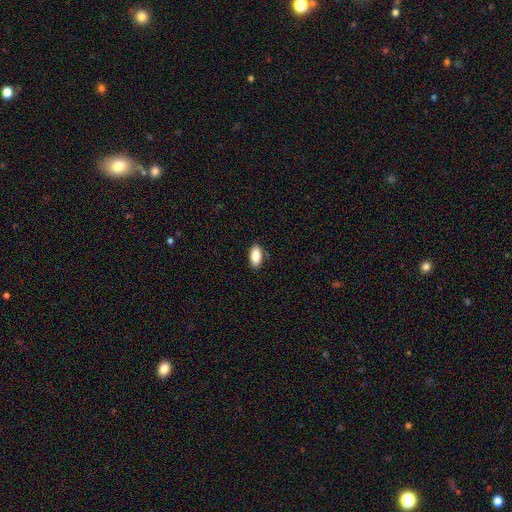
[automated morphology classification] This appears to be a smooth galaxy with no disk features (89%) that is in between round and cigar-shaped (92%). Merging: none (85%).